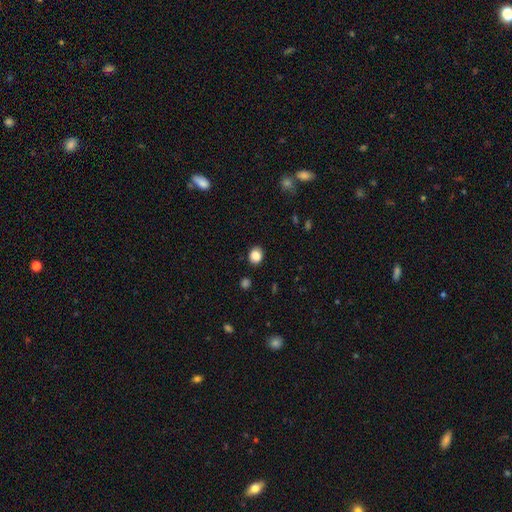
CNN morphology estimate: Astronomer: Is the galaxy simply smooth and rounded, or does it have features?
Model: smooth — 85%.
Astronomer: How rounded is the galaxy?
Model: round — 62%.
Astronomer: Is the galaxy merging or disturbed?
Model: none — 88%.